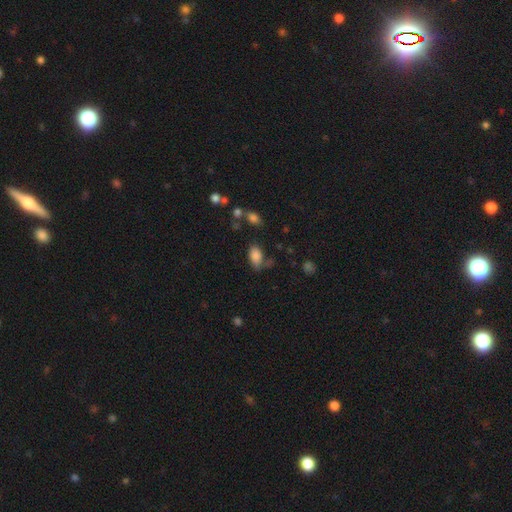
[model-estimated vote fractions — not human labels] This appears to be a smooth galaxy with no disk features (84%) that is in between round and cigar-shaped (92%). Merging: none (58%).